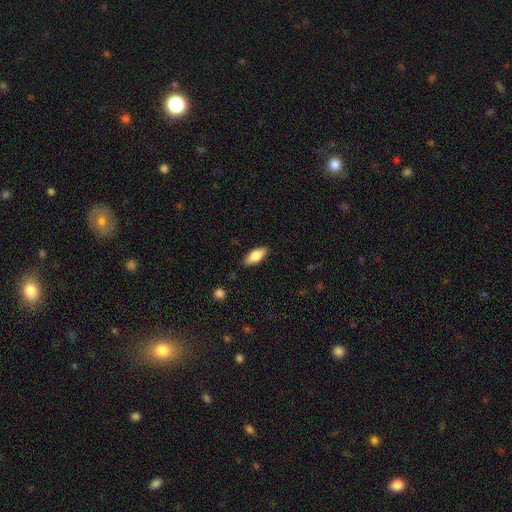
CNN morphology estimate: smooth-or-featured: smooth: 76% | featured or disk: 17% | star or artifact: 6%
  how-rounded: in between: 79% | cigar-shaped: 19% | round: 2%
  merging: none: 87% | minor disturbance: 10% | major disturbance: 2% | merger: 1%